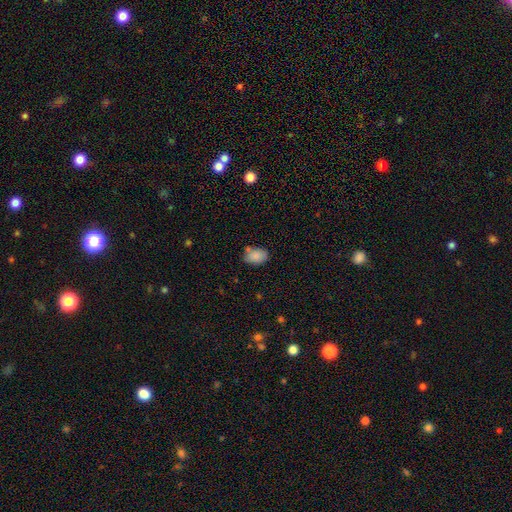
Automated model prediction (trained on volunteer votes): A smooth galaxy with no disk features (86%) that is in between round and cigar-shaped (84%).

Vote fractions:
- Smooth or featured? smooth: 86% / star or artifact: 8% / featured or disk: 6%
- How rounded? in between: 84% / round: 15% / cigar-shaped: 1%
- Merging? none: 69% / minor disturbance: 18% / merger: 9% / major disturbance: 4%